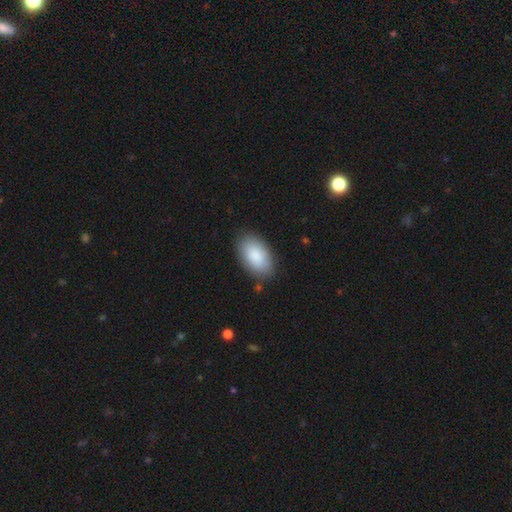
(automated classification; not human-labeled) smooth 88%, featured or disk 7%, star or artifact 6%. Down the decision tree: how rounded — in between (95%); merging — none (84%).